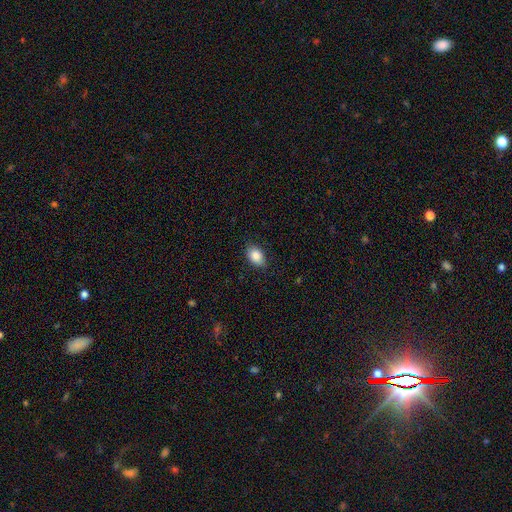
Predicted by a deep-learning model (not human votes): Smooth or featured? Predicted: smooth (p=0.87). How rounded? Predicted: in between (p=0.86). Merging? Predicted: none (p=0.83).